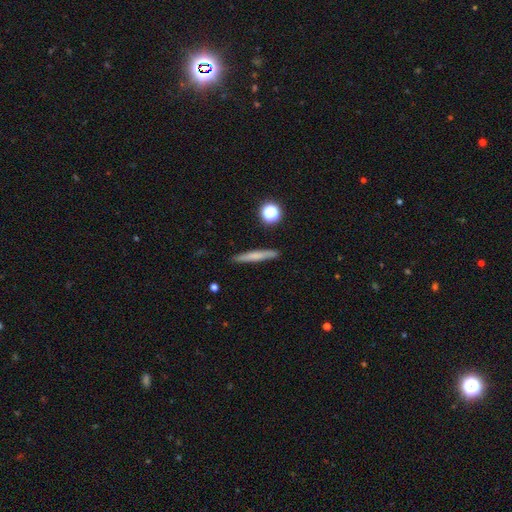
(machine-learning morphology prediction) Smooth or featured? smooth (63%)
How rounded? cigar-shaped (94%)
Merging? none (90%)